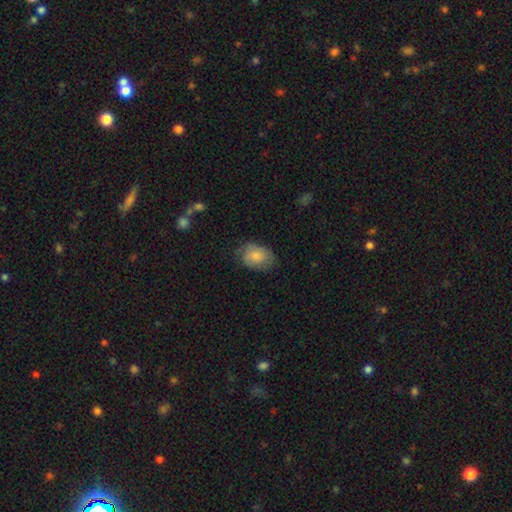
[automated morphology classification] Q: Smooth or featured?
A: smooth (73%); runner-up: featured or disk (20%)
Q: How rounded?
A: in between (78%); runner-up: round (21%)
Q: Merging?
A: none (63%); runner-up: minor disturbance (27%)